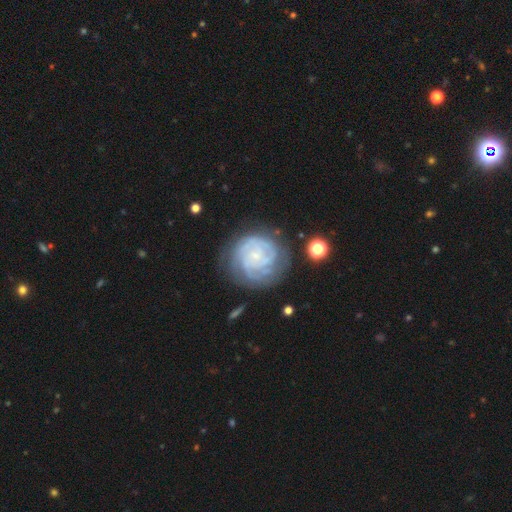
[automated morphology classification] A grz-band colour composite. It shows a featured or disk galaxy (82%) with no bar (75%), tight (75%) spiral arms (95%) and a small central bulge (77%). Merging: none (69%).